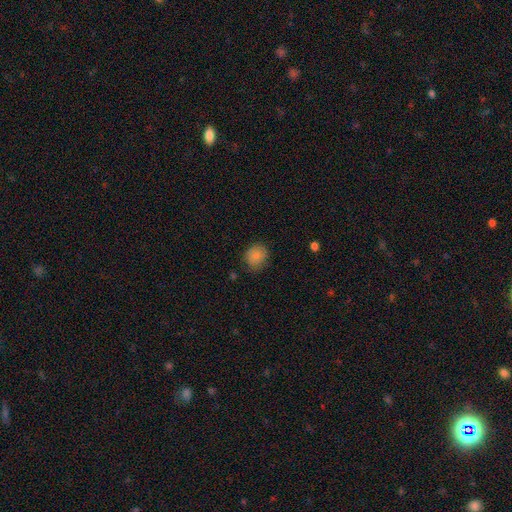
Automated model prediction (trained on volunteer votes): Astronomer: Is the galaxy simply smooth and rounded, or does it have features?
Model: smooth — 86%.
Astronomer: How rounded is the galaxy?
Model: round — 71%.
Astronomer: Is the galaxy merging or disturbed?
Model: none — 75%.